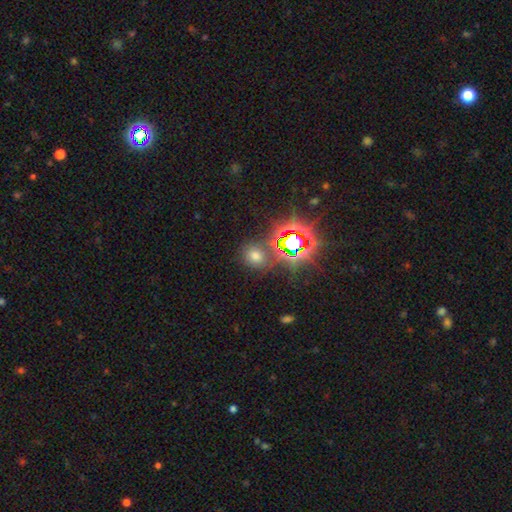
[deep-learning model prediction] smooth 53%, star or artifact 39%, featured or disk 8%. Down the decision tree: how rounded — round (65%); merging — none (77%).